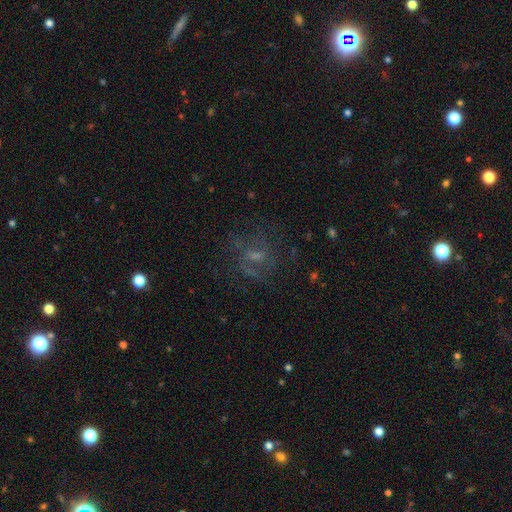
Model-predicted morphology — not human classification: Q: Smooth or featured?
A: featured or disk (52%); runner-up: smooth (28%)
Q: Edge-on disk?
A: no (95%); runner-up: yes (5%)
Q: Merging?
A: none (58%); runner-up: major disturbance (22%)